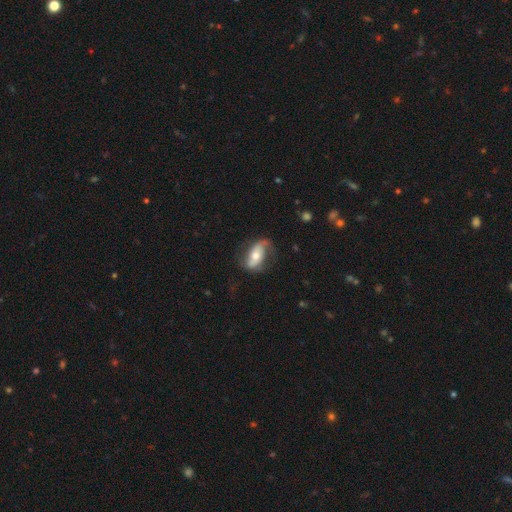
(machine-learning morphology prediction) A featured or disk galaxy (63%) with no bar (42%), spiral arms (82%) and a moderate central bulge (62%).

Vote fractions:
- Smooth or featured? featured or disk: 63% / smooth: 31% / star or artifact: 6%
- Edge-on disk? no: 90% / yes: 10%
- Bar? no: 42% / strong: 32% / weak: 26%
- Spiral arms? yes: 82% / no: 18%
- Bulge size? moderate: 62% / small: 28% / large: 7% / dominant: 1% / none: 1%
- Merging? none: 58% / minor disturbance: 24% / major disturbance: 16% / merger: 2%